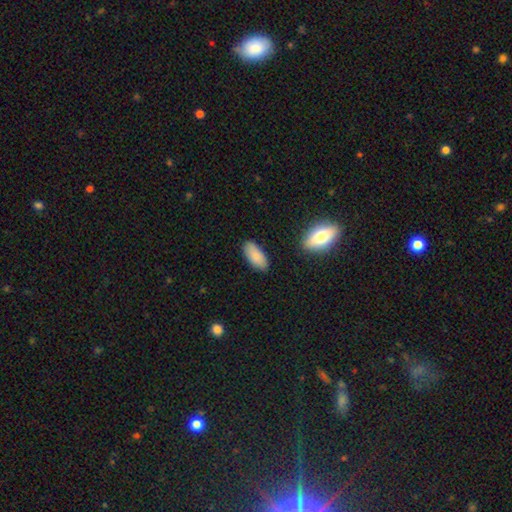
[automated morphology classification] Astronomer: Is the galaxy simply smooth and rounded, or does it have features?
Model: smooth — 87%.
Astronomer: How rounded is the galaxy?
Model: in between — 88%.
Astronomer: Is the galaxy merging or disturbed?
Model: none — 85%.